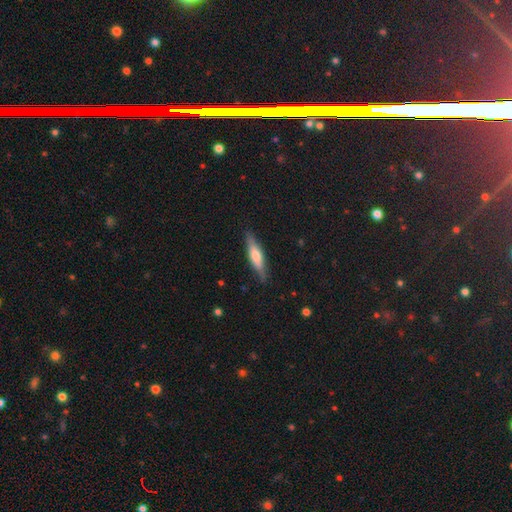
This appears to be a smooth galaxy with no disk features (49%, tied with featured or disk) that is cigar-shaped (84%). Merging: none (95%).